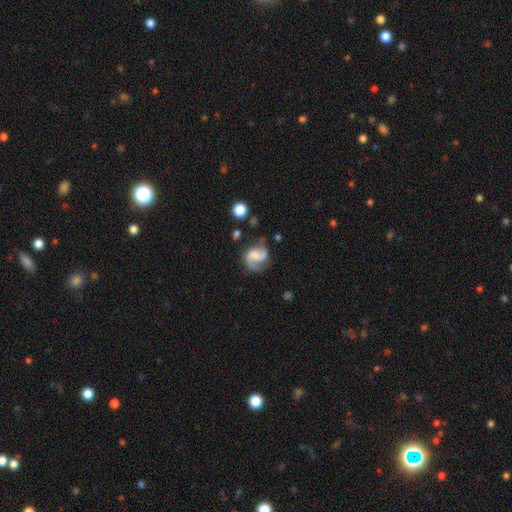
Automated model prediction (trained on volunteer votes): Overall: featured or disk (67%). Edge-on disk: no (98%). Bar: no (43%; weak 40%). Spiral arms: yes (91%). Spiral arm count: 2 (69%). Spiral winding: medium (43%; loose 41%). Bulge size: none (42%; small 23%). Merging: none (55%; minor disturbance 23%).